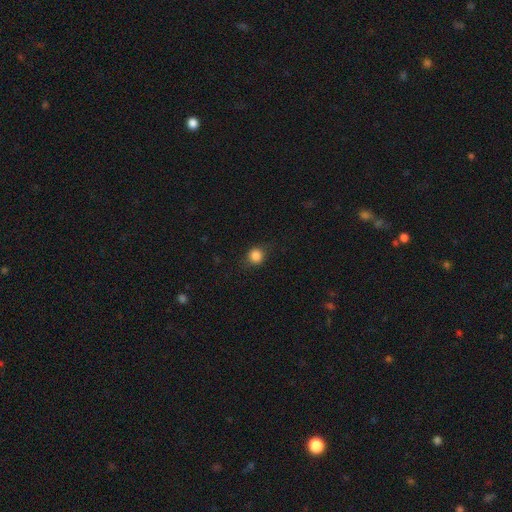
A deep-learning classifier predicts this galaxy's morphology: Smooth or featured? smooth (84%)
How rounded? round (85%)
Merging? none (81%)